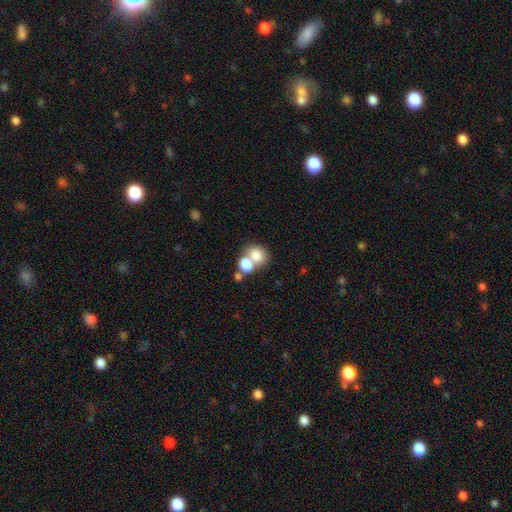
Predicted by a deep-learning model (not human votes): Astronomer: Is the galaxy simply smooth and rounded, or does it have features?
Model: smooth — 75%.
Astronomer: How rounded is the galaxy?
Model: round — 60% (runner-up: in between, 39%).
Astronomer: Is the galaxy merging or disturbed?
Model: merger — 55% (runner-up: none, 35%).